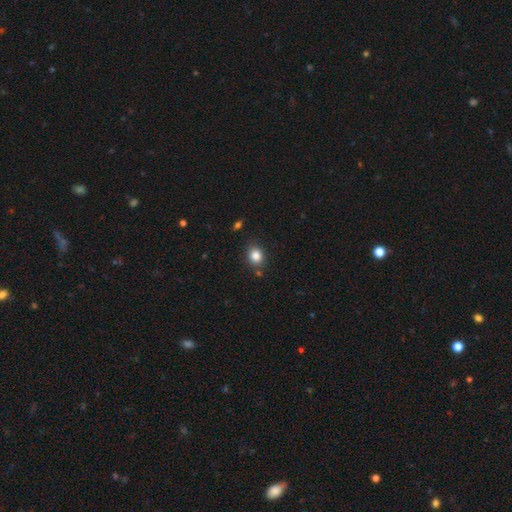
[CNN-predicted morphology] This is clearly a smooth galaxy (84%). How rounded: likely round (64%). Merging: clearly none (83%).